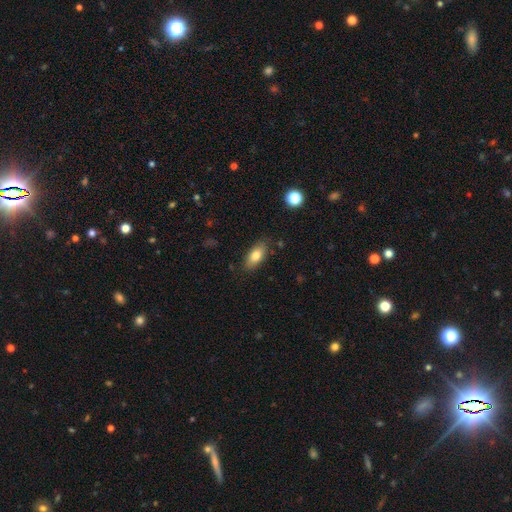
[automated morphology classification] Smooth or featured: smooth — 79% (featured or disk — 13%)
How rounded: in between — 85% (cigar-shaped — 11%)
Merging: none — 82% (minor disturbance — 13%)